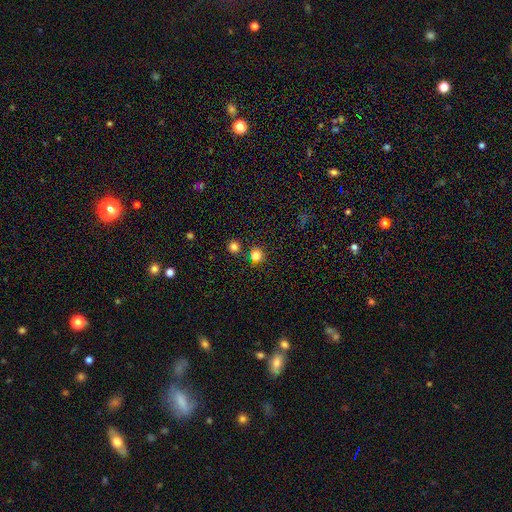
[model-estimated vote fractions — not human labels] A smooth galaxy with no disk features (80%) that is round (92%).

Vote fractions:
- Smooth or featured? smooth: 80% / star or artifact: 15% / featured or disk: 5%
- How rounded? round: 92% / in between: 7% / cigar-shaped: 1%
- Merging? none: 78% / merger: 11% / minor disturbance: 7% / major disturbance: 3%